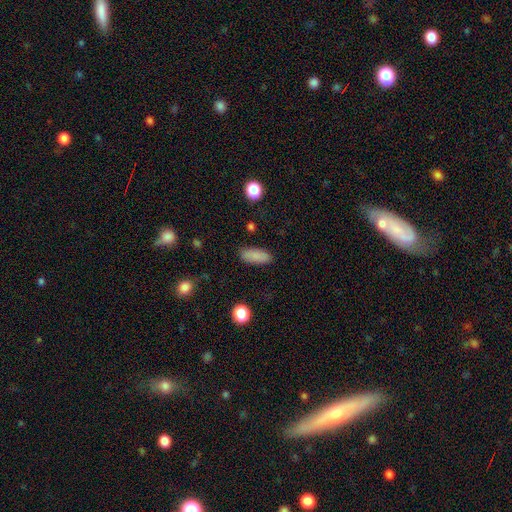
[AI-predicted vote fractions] A smooth galaxy with no disk features (87%) that is in between round and cigar-shaped (75%). Merging: none (87%).